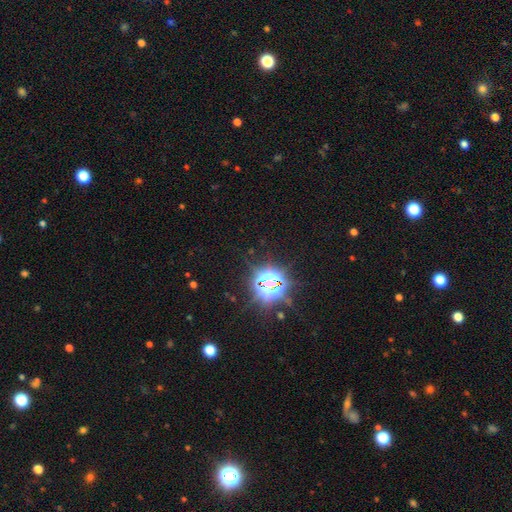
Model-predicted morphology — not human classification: smooth-or-featured: star or artifact: 83% | smooth: 12% | featured or disk: 6%